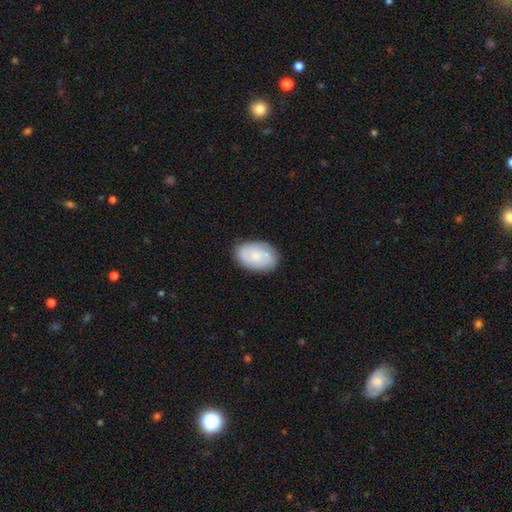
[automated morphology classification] This appears to be a smooth galaxy with no disk features (52%) that is in between round and cigar-shaped (88%). Merging: none (83%).